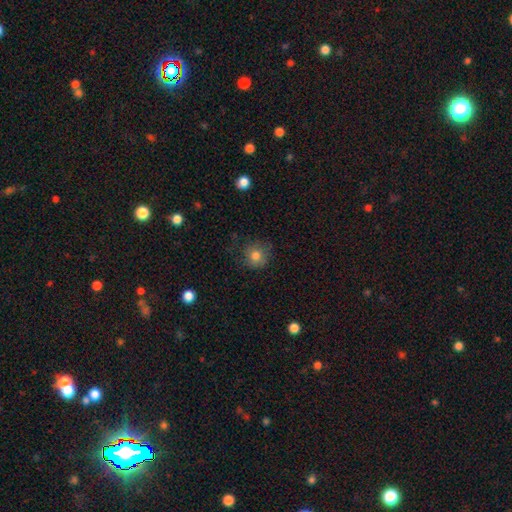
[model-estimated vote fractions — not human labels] A smooth galaxy with no disk features (80%) that is round (90%).

Vote fractions:
- Smooth or featured? smooth: 80% / star or artifact: 11% / featured or disk: 9%
- How rounded? round: 90% / in between: 9% / cigar-shaped: 1%
- Merging? none: 77% / minor disturbance: 16% / major disturbance: 5% / merger: 1%